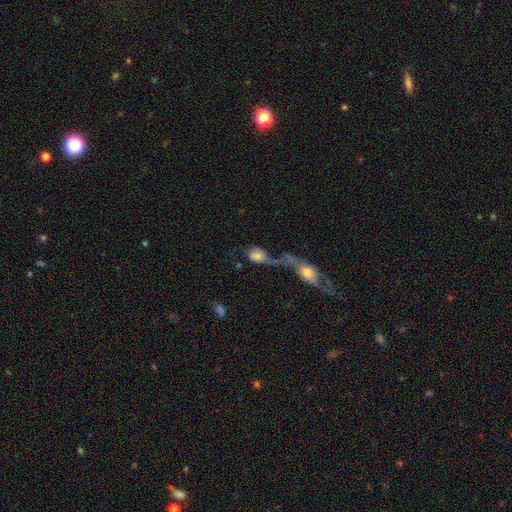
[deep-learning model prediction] Morphology: type=smooth (64%); roundness=in between (73%); merging=merger (69%).